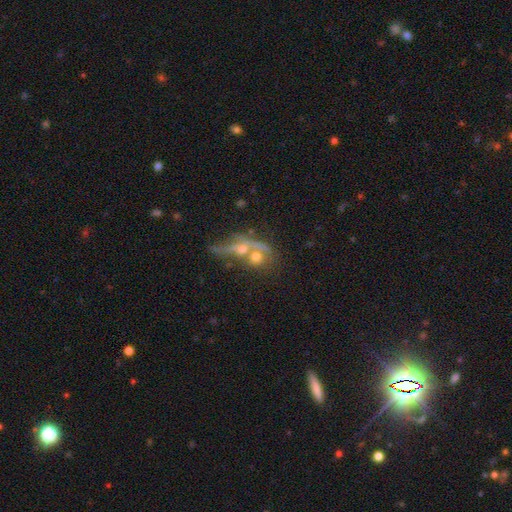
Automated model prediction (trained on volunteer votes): A featured or disk galaxy (50%). Merging: merger (48%).